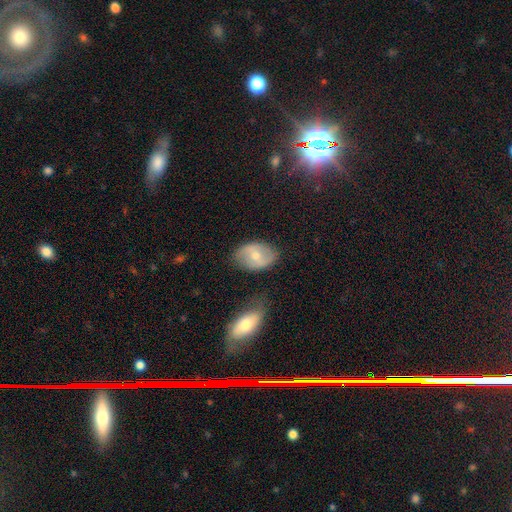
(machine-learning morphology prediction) Overall: smooth (50%; featured or disk 43%). How rounded: in between (82%). Merging: none (74%).